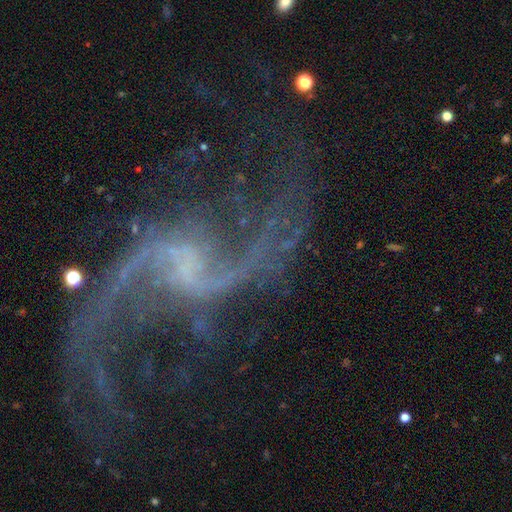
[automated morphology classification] Smooth or featured: featured or disk — 91% (star or artifact — 6%)
Edge-on disk: no — 97% (yes — 3%)
Bar: weak — 48% (no — 33%)
Spiral arms: yes — 97% (no — 3%)
Spiral winding: loose — 88% (medium — 10%)
Spiral arm count: 2 — 92% (1 — 2%)
Bulge size: none — 45% (small — 43%)
Merging: none — 61% (major disturbance — 20%)